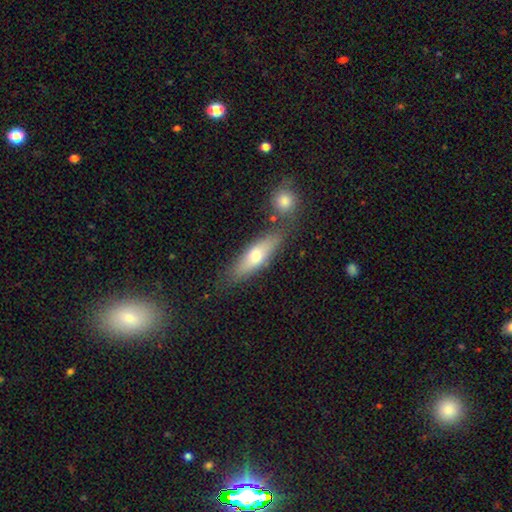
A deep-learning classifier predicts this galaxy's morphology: A smooth galaxy with no disk features (62%) that is cigar-shaped (55%). Merging: none (71%).